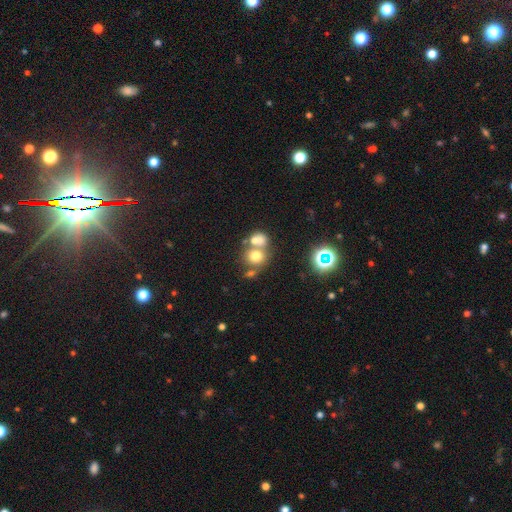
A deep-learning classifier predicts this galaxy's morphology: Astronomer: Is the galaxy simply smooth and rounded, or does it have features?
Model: smooth — 67%.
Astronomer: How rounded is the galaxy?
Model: round — 74%.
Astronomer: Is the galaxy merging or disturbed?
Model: merger — 48% (runner-up: none, 40%).